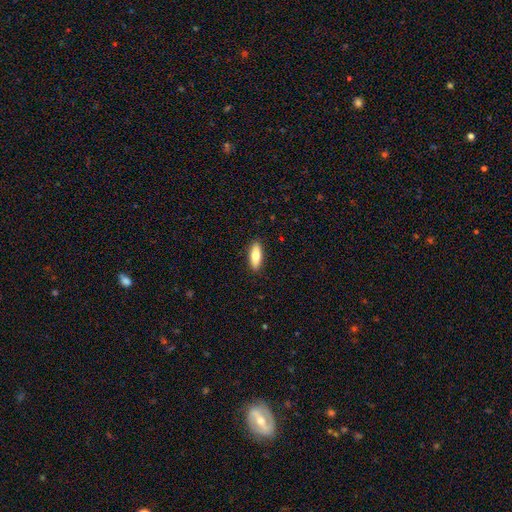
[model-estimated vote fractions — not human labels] A smooth galaxy with no disk features (79%) that is in between round and cigar-shaped (55%). Merging: none (90%).